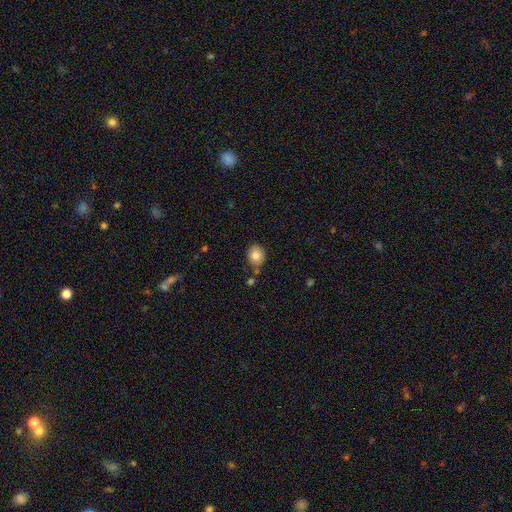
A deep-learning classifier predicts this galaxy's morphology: This appears to be a smooth galaxy with no disk features (82%) that is round (65%). Merging: none (78%).